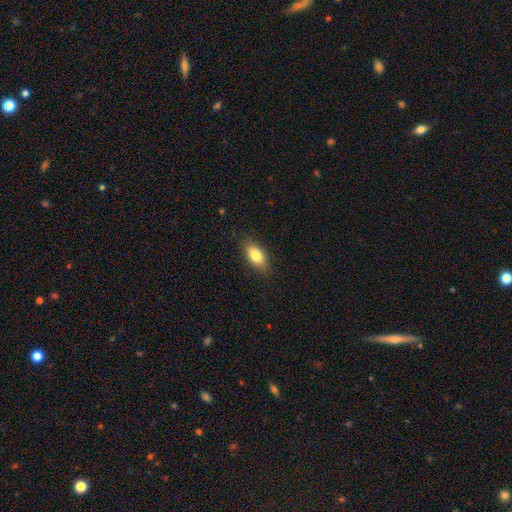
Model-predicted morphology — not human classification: Smooth or featured?
  - smooth: 81% *
  - featured or disk: 11%
  - star or artifact: 7%
How rounded?
  - in between: 89% *
  - cigar-shaped: 6%
  - round: 5%
Merging?
  - none: 85% *
  - minor disturbance: 11%
  - major disturbance: 2%
  - merger: 1%